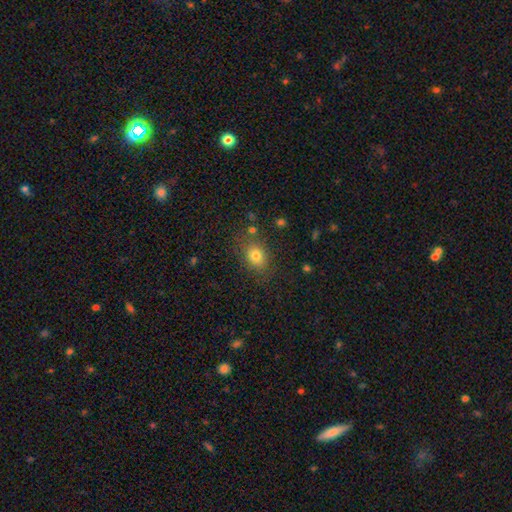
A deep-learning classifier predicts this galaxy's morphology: Q: Smooth or featured?
A: smooth (77%); runner-up: star or artifact (13%)
Q: How rounded?
A: in between (56%); runner-up: round (43%)
Q: Merging?
A: none (78%); runner-up: minor disturbance (14%)